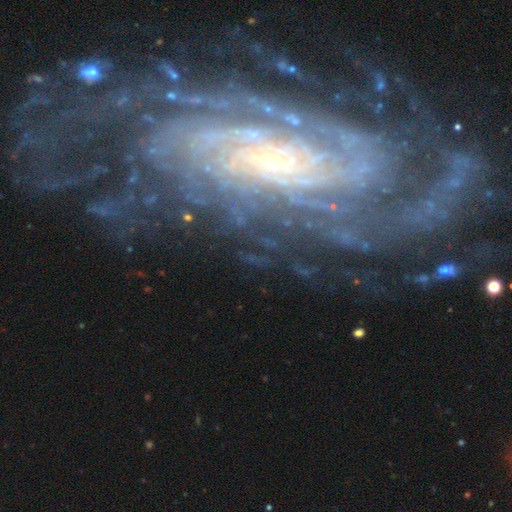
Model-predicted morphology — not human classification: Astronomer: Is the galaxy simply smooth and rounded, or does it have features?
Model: featured or disk — 86%.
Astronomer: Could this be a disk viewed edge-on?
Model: no — 94%.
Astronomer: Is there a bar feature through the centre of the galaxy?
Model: no — 54% (runner-up: weak, 30%).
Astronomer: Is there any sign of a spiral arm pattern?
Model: yes — 97%.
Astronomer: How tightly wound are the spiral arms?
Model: tight — 74%.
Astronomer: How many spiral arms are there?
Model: more than 4 — 27% (runner-up: can't tell, 25%).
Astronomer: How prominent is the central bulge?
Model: small — 77%.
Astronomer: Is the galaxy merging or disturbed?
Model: none — 76%.